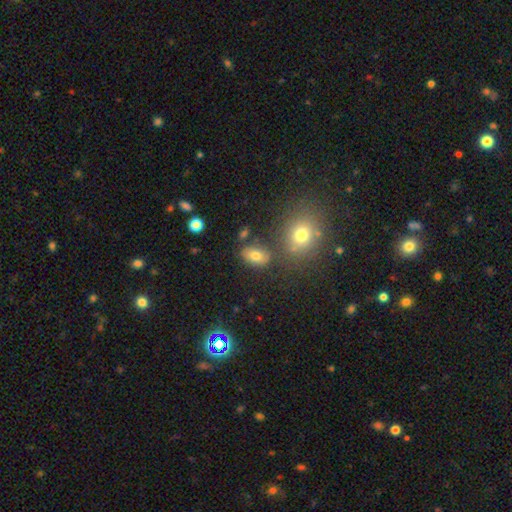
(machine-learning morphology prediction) smooth_or_featured: smooth (p=0.76) [alt: star or artifact p=0.13]
how_rounded: in between (p=0.83) [alt: round p=0.15]
merging: none (p=0.75) [alt: minor disturbance p=0.13]